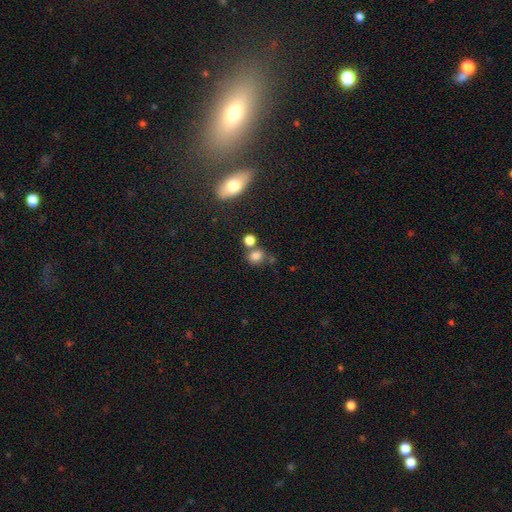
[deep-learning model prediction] Q: Smooth or featured?
A: smooth (79%); runner-up: star or artifact (14%)
Q: How rounded?
A: round (67%); runner-up: in between (32%)
Q: Merging?
A: none (60%); runner-up: merger (23%)